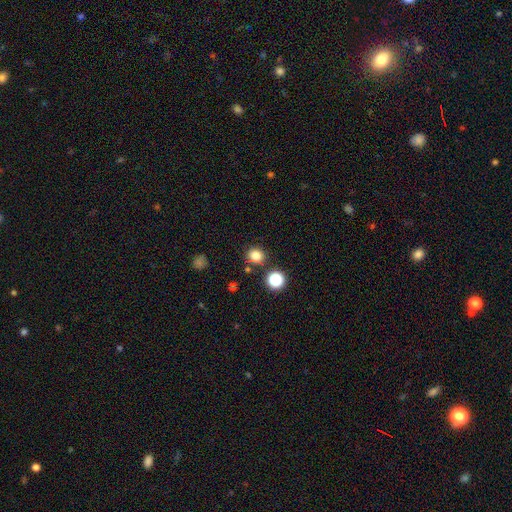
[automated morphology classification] Overall: smooth (80%). How rounded: round (85%). Merging: none (84%).